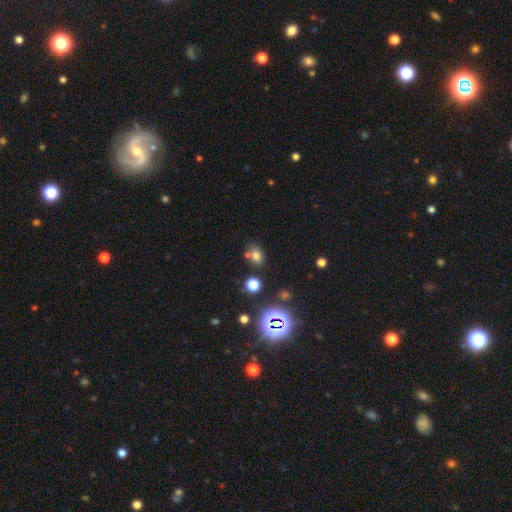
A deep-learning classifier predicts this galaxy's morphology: Overall: smooth (70%). How rounded: in between (56%; round 43%). Merging: none (63%).